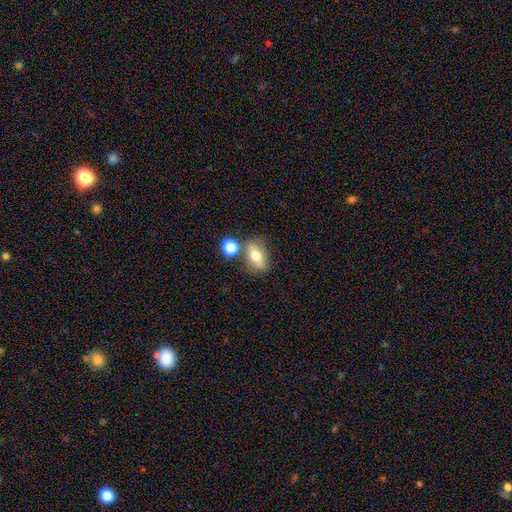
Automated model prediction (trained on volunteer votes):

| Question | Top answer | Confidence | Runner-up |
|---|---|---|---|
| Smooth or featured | smooth | 65% | featured or disk (25%) |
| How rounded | in between | 77% | round (17%) |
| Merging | none | 61% | merger (18%) |